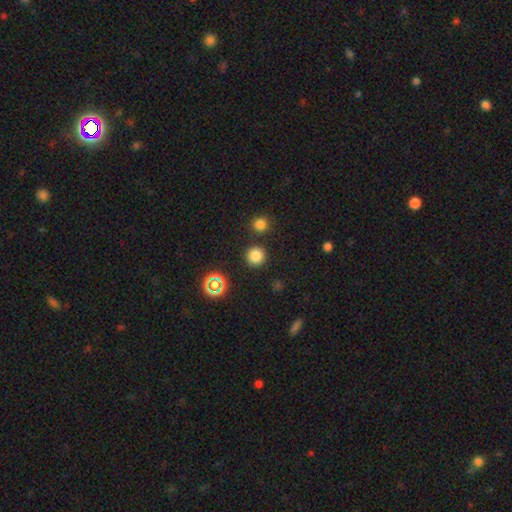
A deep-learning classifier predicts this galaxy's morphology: This is likely a smooth galaxy (78%). How rounded: clearly round (95%). Merging: clearly none (87%).